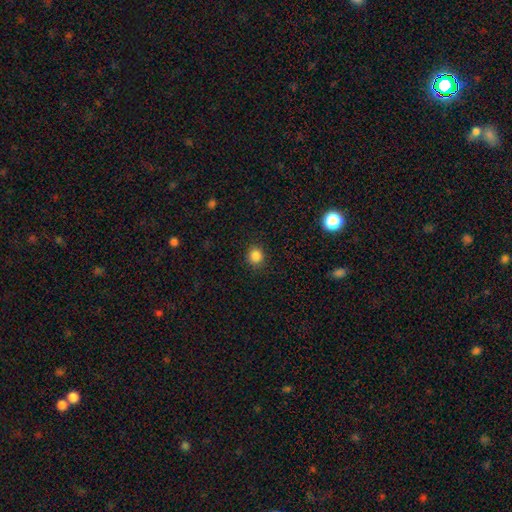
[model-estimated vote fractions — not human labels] smooth_or_featured: smooth (p=0.86) [alt: star or artifact p=0.11]
how_rounded: round (p=0.87) [alt: in between p=0.13]
merging: none (p=0.89) [alt: minor disturbance p=0.07]